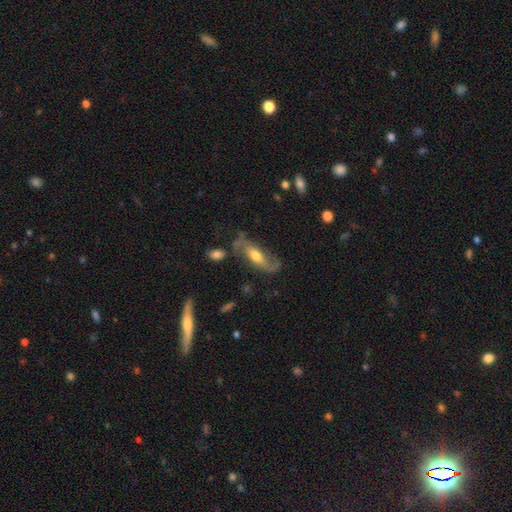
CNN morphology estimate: Smooth or featured: featured or disk — 60% (smooth — 34%)
Edge-on disk: no — 75% (yes — 25%)
Merging: none — 57% (minor disturbance — 24%)